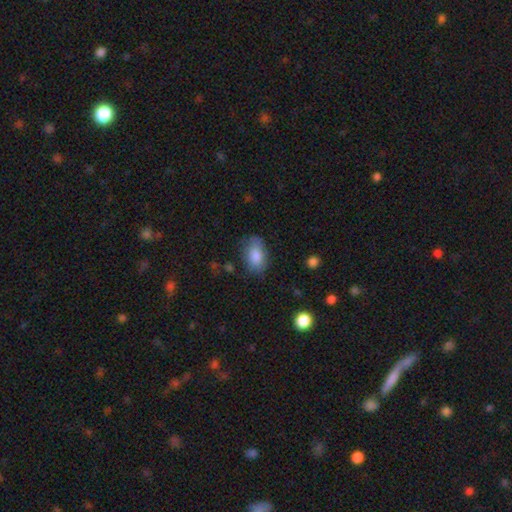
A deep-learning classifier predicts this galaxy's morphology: Smooth or featured? smooth (82%)
How rounded? in between (89%)
Merging? none (70%)